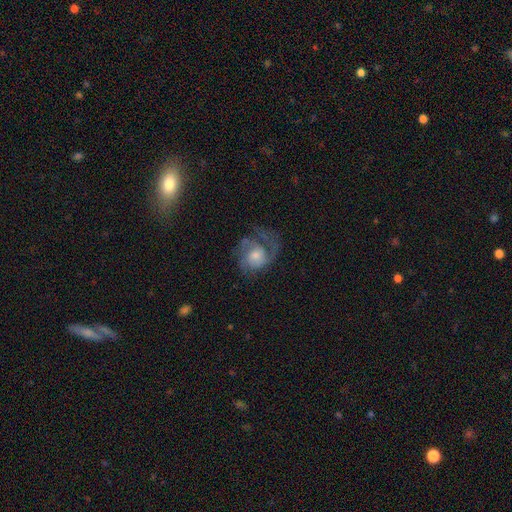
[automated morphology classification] Smooth or featured?
  - featured or disk: 72% *
  - smooth: 20%
  - star or artifact: 8%
Edge-on disk?
  - no: 98% *
  - yes: 2%
Bar?
  - no: 72% *
  - weak: 24%
  - strong: 3%
Spiral arms?
  - yes: 89% *
  - no: 11%
Spiral winding?
  - medium: 45% *
  - tight: 35%
  - loose: 20%
Spiral arm count?
  - 2: 41% *
  - can't tell: 20%
  - 1: 20%
  - 3: 12%
  - 4: 3%
  - more than 4: 3%
Bulge size?
  - moderate: 47% *
  - small: 30%
  - large: 15%
  - none: 6%
  - dominant: 2%
Merging?
  - none: 49% *
  - major disturbance: 29%
  - minor disturbance: 20%
  - merger: 2%